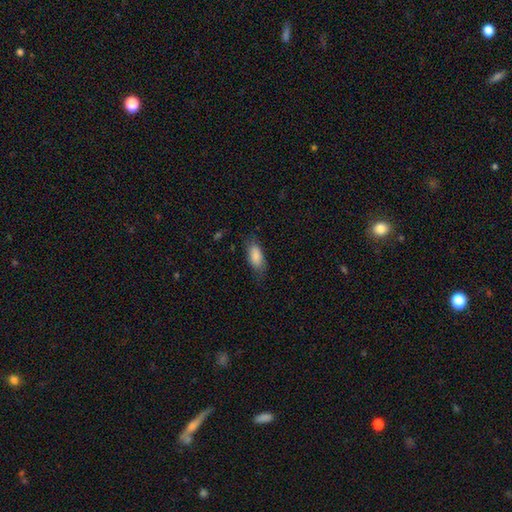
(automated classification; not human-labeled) A smooth galaxy with no disk features (84%) that is in between round and cigar-shaped (87%). Merging: none (68%).